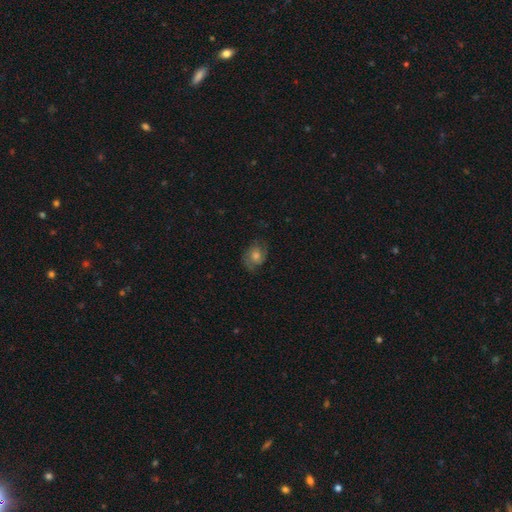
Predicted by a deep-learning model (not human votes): Smooth or featured: smooth — 46% (featured or disk — 40%)
Merging: none — 70% (minor disturbance — 20%)